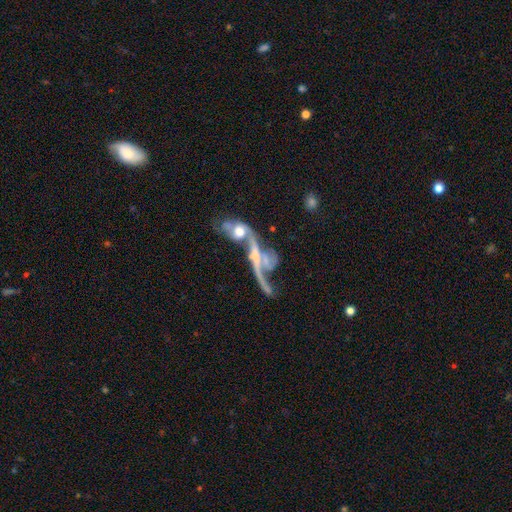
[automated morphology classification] type=featured or disk (69%); edge-on=no (72%); merging=merger (52%).